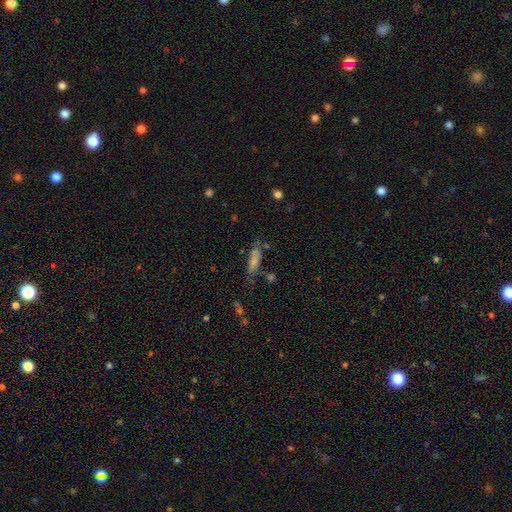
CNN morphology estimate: The model was most divided on "smooth or featured": smooth: 46%, featured or disk: 31%, star or artifact: 23%. More confident: merging — none (59%).